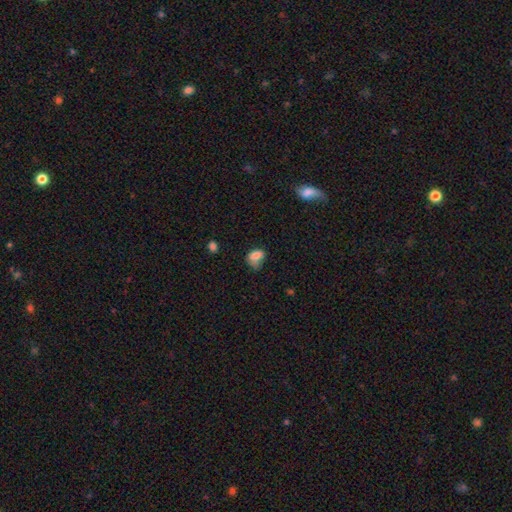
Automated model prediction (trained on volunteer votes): Smooth or featured: smooth — 80% (star or artifact — 11%)
How rounded: in between — 75% (round — 23%)
Merging: none — 38% (minor disturbance — 37%)